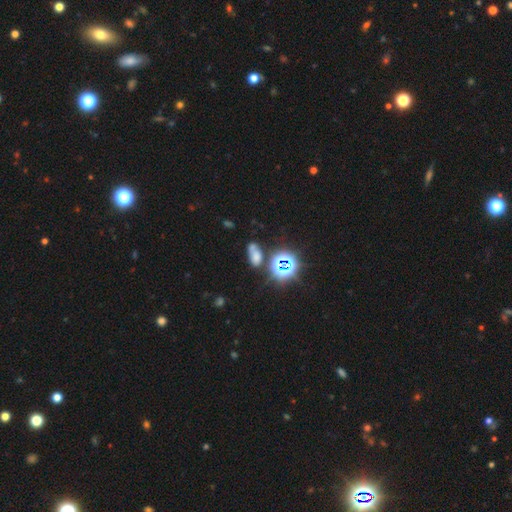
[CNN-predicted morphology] type=smooth (53%); roundness=in between (78%); merging=none (42%).